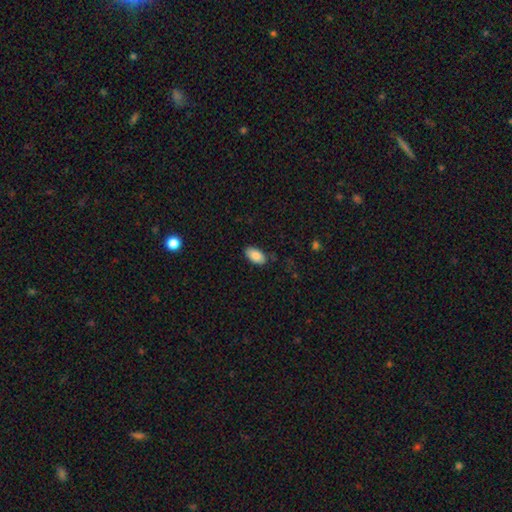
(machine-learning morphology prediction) Overall: smooth (87%). How rounded: in between (94%). Merging: none (81%).